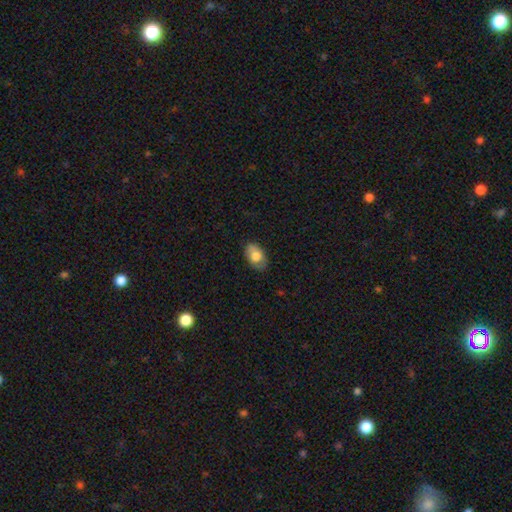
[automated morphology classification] This is likely a smooth galaxy (76%). How rounded: clearly in between (92%). Merging: clearly none (81%).